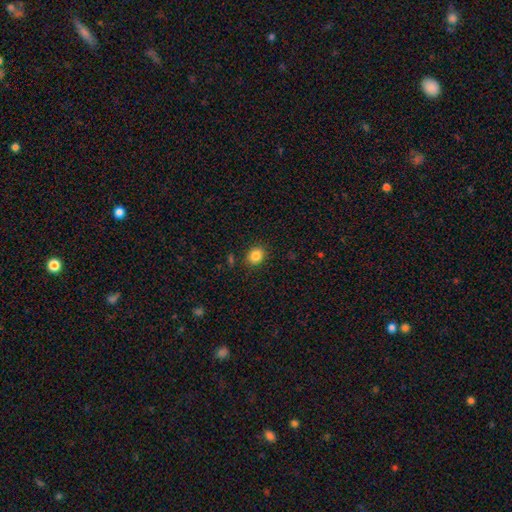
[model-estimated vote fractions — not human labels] A smooth galaxy with no disk features (85%) that is round (59%).

Vote fractions:
- Smooth or featured? smooth: 85% / star or artifact: 10% / featured or disk: 5%
- How rounded? round: 59% / in between: 40% / cigar-shaped: 1%
- Merging? none: 87% / minor disturbance: 8% / major disturbance: 2% / merger: 2%